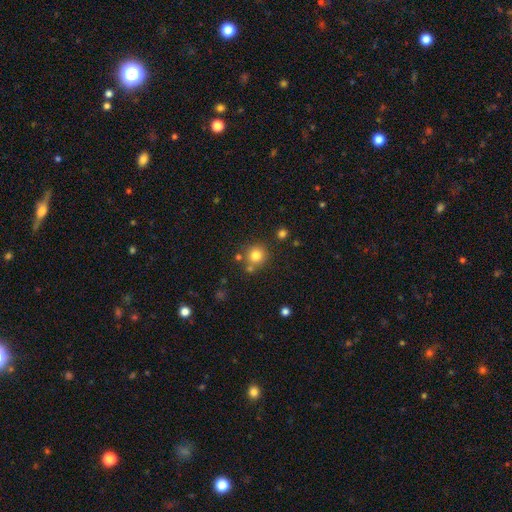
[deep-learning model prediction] Morphology: type=smooth (80%); roundness=round (92%); merging=none (75%).